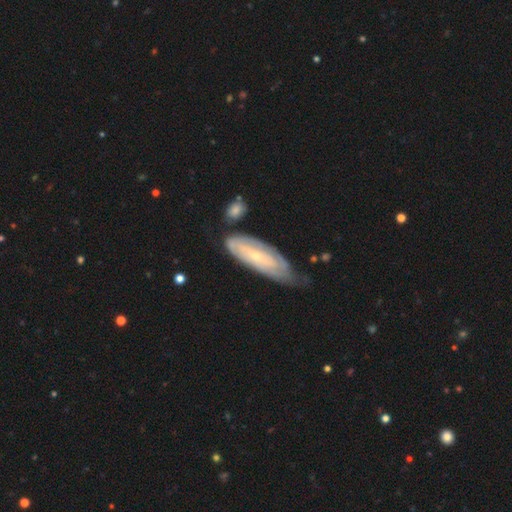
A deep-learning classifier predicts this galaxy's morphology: Q: Smooth or featured?
A: featured or disk (67%); runner-up: smooth (27%)
Q: Edge-on disk?
A: no (84%); runner-up: yes (16%)
Q: Bar?
A: no (69%); runner-up: weak (24%)
Q: Spiral arms?
A: yes (79%); runner-up: no (21%)
Q: Bulge size?
A: small (75%); runner-up: moderate (21%)
Q: Merging?
A: none (49%); runner-up: minor disturbance (31%)